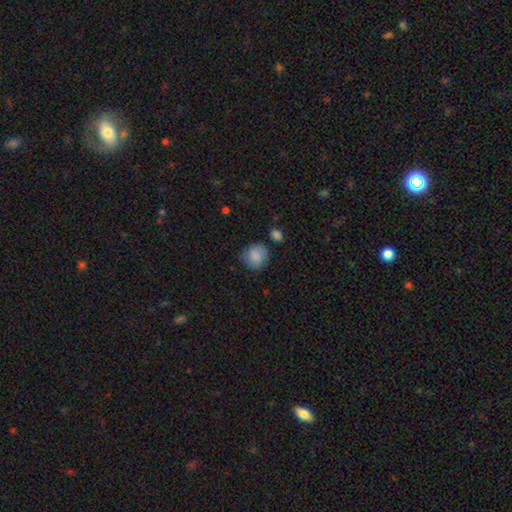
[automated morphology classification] type=smooth (86%); roundness=round (84%); merging=none (73%).